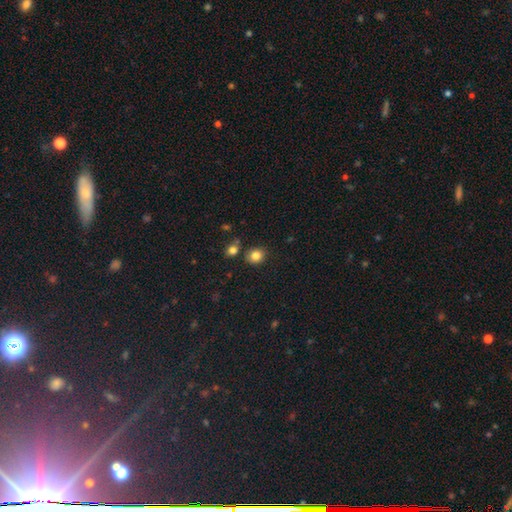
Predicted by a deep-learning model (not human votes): A smooth galaxy with no disk features (83%) that is round (76%). Merging: none (81%).